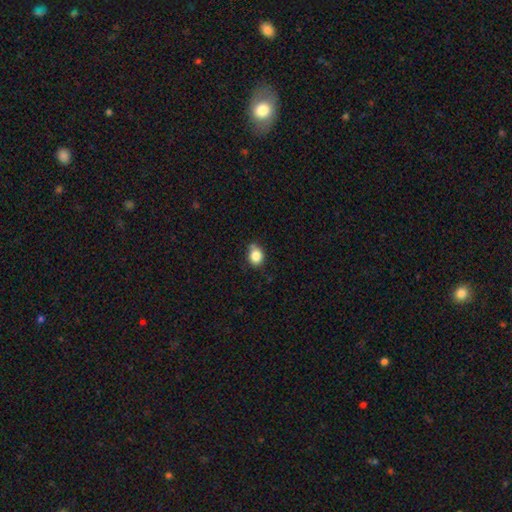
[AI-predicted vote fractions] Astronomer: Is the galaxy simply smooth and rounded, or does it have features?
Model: smooth — 85%.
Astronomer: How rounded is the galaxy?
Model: round — 53% (runner-up: in between, 46%).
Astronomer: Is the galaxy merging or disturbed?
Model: none — 65%.